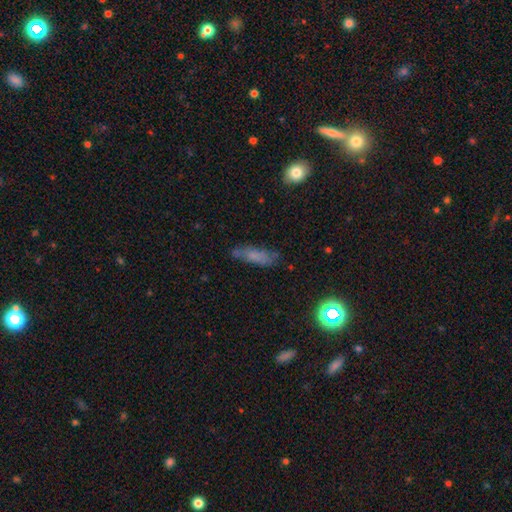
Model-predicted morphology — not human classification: A smooth galaxy with no disk features (62%) that is cigar-shaped (51%).

Vote fractions:
- Smooth or featured? smooth: 62% / featured or disk: 24% / star or artifact: 14%
- How rounded? cigar-shaped: 51% / in between: 46% / round: 4%
- Merging? none: 65% / minor disturbance: 22% / major disturbance: 8% / merger: 5%